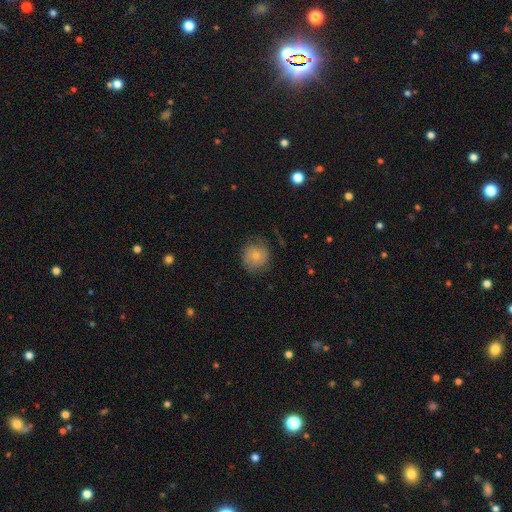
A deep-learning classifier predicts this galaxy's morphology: Smooth or featured? smooth (72%)
How rounded? round (86%)
Merging? none (68%)